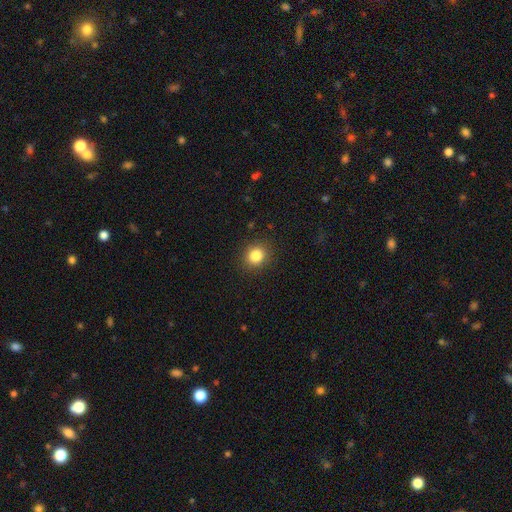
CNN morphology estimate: This is clearly a smooth galaxy (84%). How rounded: likely round (79%). Merging: clearly none (89%).